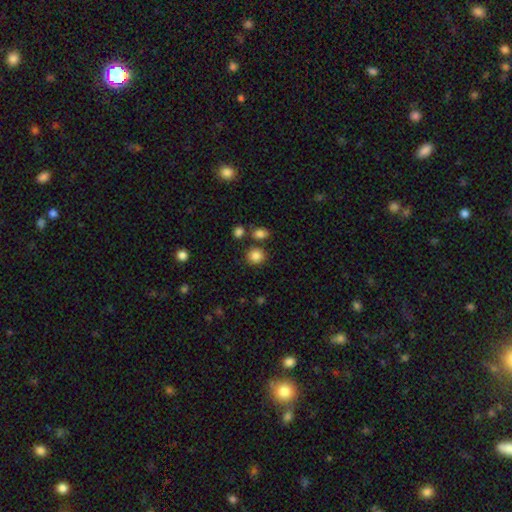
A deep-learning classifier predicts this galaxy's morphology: smooth-or-featured: smooth: 85% | star or artifact: 11% | featured or disk: 4%
  how-rounded: round: 87% | in between: 12% | cigar-shaped: 1%
  merging: none: 80% | merger: 8% | minor disturbance: 8% | major disturbance: 3%